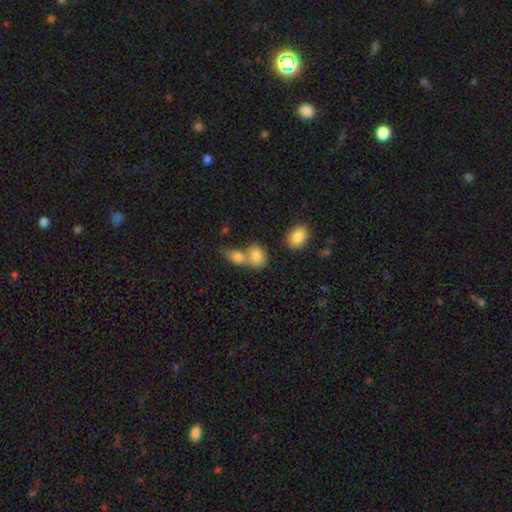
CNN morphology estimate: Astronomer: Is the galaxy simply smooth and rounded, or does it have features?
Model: smooth — 81%.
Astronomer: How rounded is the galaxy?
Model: in between — 54% (runner-up: round, 45%).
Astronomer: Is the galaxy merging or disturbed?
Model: merger — 58%.